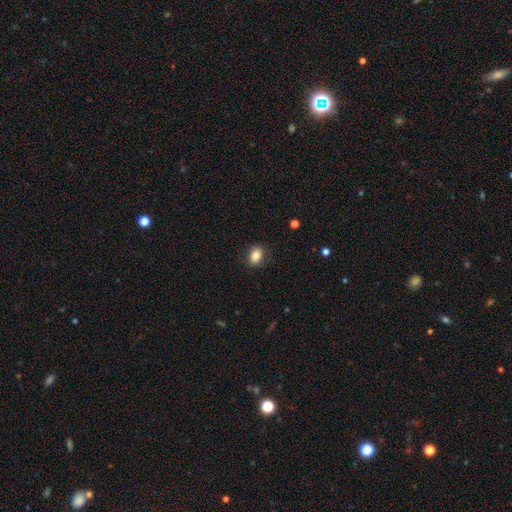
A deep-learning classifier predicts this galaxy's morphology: Smooth or featured? smooth (84%)
How rounded? in between (74%)
Merging? none (83%)